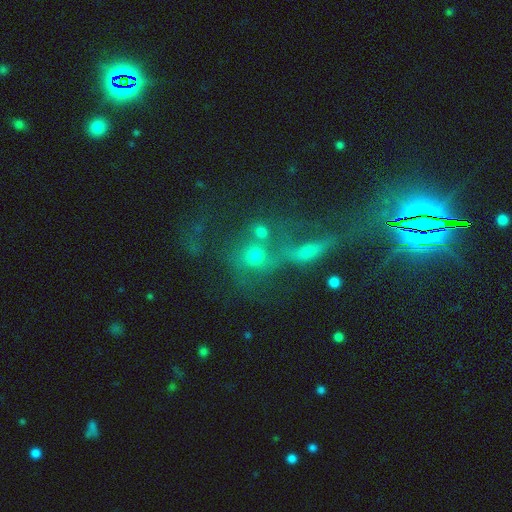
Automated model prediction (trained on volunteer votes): Smooth or featured? smooth (49%)
Merging? merger (48%)